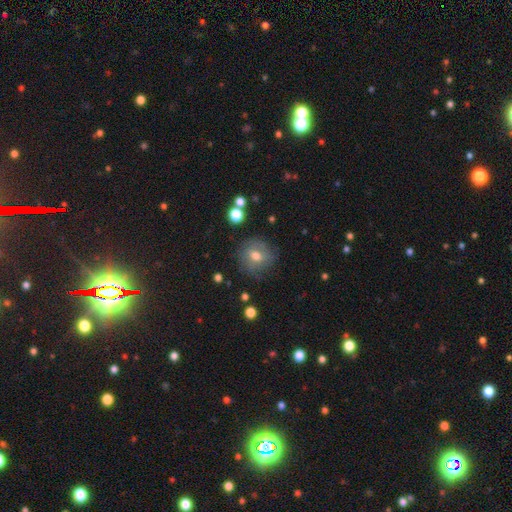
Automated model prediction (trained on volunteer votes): Overall: smooth (61%; featured or disk 28%). How rounded: round (84%). Merging: none (76%).